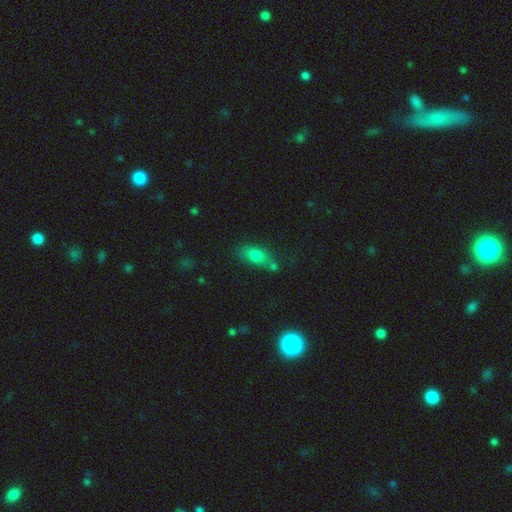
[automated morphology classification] Overall: smooth (75%). How rounded: in between (78%). Merging: none (54%; merger 20%).